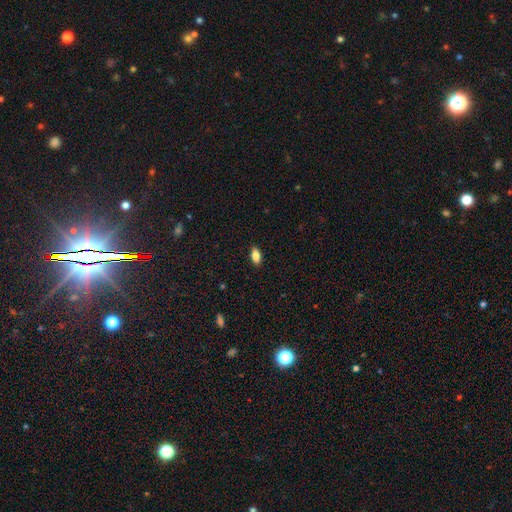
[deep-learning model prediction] Smooth or featured: smooth — 82% (featured or disk — 9%)
How rounded: in between — 89% (cigar-shaped — 8%)
Merging: none — 88% (minor disturbance — 9%)